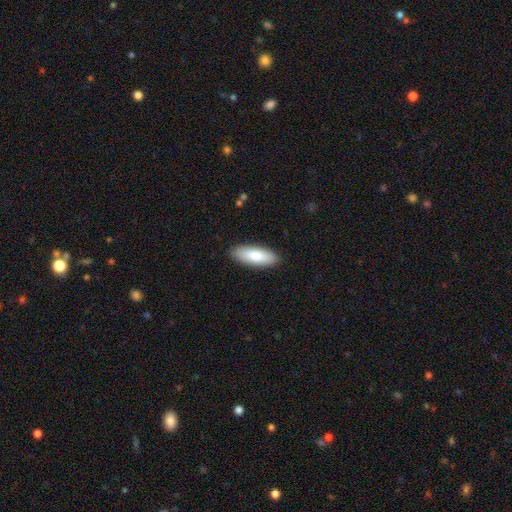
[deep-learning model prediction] smooth_or_featured: smooth (p=0.80) [alt: featured or disk p=0.15]
how_rounded: in between (p=0.65) [alt: cigar-shaped p=0.33]
merging: none (p=0.89) [alt: minor disturbance p=0.08]